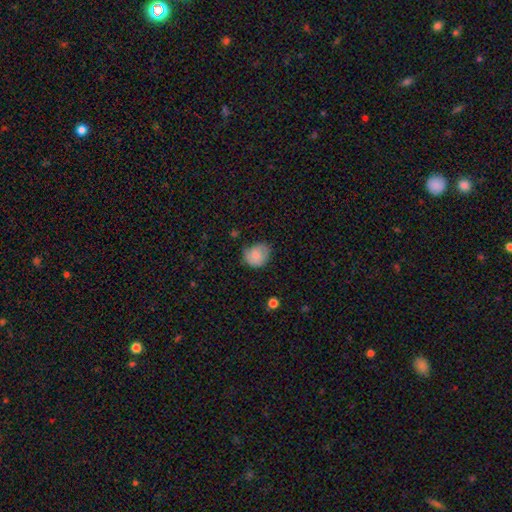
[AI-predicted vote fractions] smooth_or_featured: smooth (p=0.79) [alt: featured or disk p=0.13]
how_rounded: round (p=0.65) [alt: in between p=0.34]
merging: none (p=0.56) [alt: minor disturbance p=0.34]